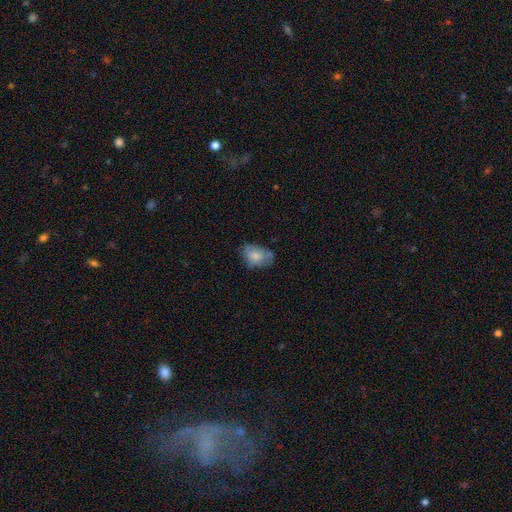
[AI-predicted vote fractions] Smooth or featured? smooth (73%)
How rounded? in between (83%)
Merging? none (58%)